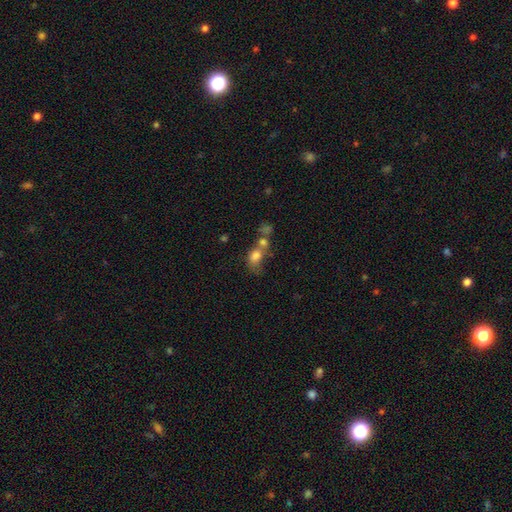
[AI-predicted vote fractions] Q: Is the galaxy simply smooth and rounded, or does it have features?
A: smooth — 73%.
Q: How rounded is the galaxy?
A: in between — 61%.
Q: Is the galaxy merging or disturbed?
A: merger — 58%.